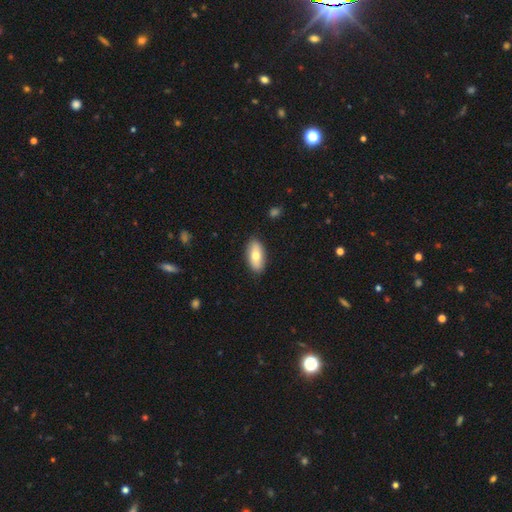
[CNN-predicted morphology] Smooth or featured? smooth (70%)
How rounded? in between (88%)
Merging? none (88%)